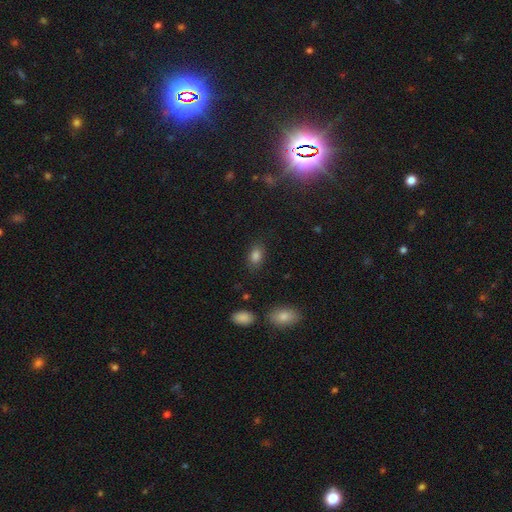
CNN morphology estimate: Smooth or featured?
  - smooth: 83% *
  - star or artifact: 11%
  - featured or disk: 6%
How rounded?
  - in between: 82% *
  - round: 16%
  - cigar-shaped: 2%
Merging?
  - none: 82% *
  - minor disturbance: 12%
  - major disturbance: 3%
  - merger: 2%